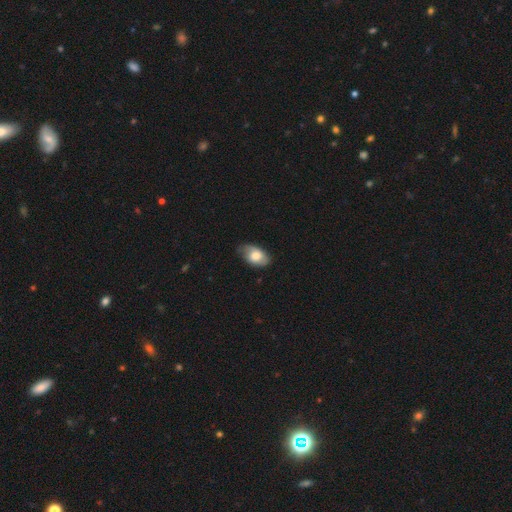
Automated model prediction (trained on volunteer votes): A smooth galaxy with no disk features (69%) that is in between round and cigar-shaped (89%). Merging: none (60%).